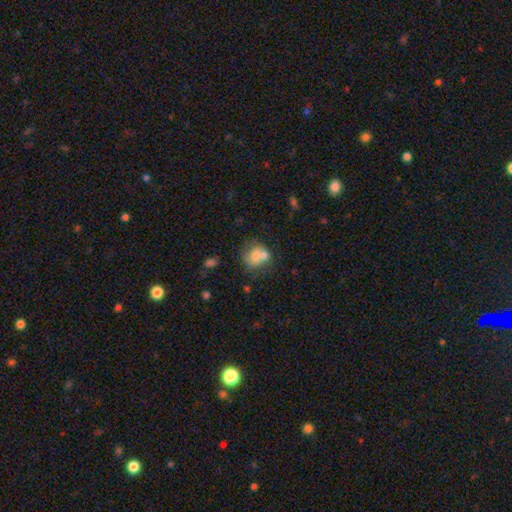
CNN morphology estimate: Overall: smooth (67%). How rounded: round (61%; in between 38%). Merging: merger (42%; none 37%).